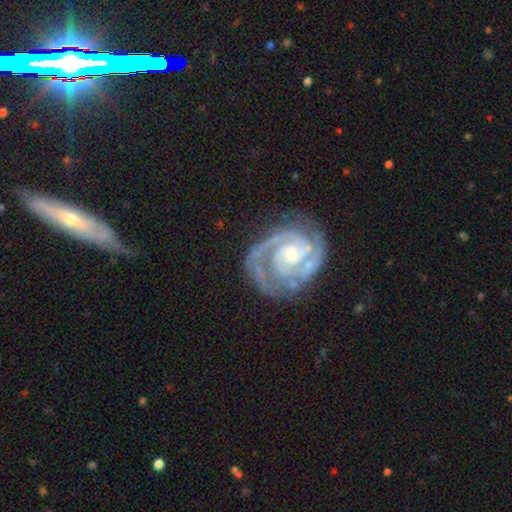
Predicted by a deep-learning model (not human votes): This is clearly a featured or disk galaxy (92%). It is clearly not viewed edge-on (98%). Bar: possibly no (51%). Spiral arm pattern: clearly yes (98%). Spiral arm count: likely 2 (68%). Spiral winding: likely tight (66%). Central bulge: possibly small (49%). Merging: likely none (69%).